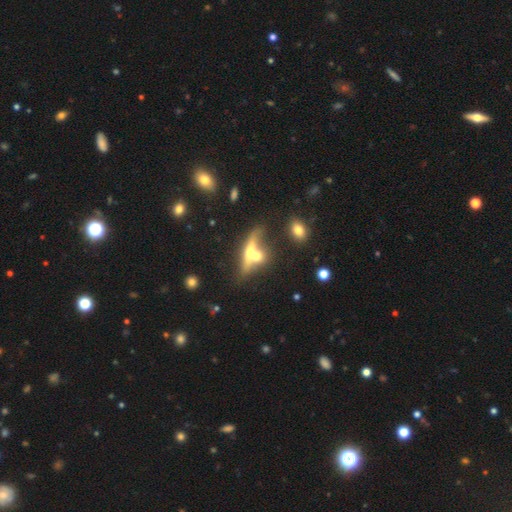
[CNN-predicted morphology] A featured or disk galaxy (51%) viewed edge-on (67%).

Vote fractions:
- Smooth or featured? featured or disk: 51% / smooth: 39% / star or artifact: 10%
- Edge-on disk? yes: 67% / no: 33%
- Merging? merger: 50% / none: 34% / minor disturbance: 10% / major disturbance: 7%